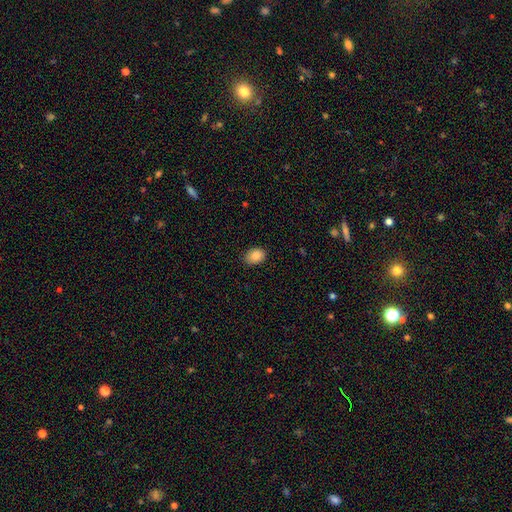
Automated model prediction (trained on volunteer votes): This appears to be a smooth galaxy with no disk features (87%) that is in between round and cigar-shaped (72%). Merging: none (86%).